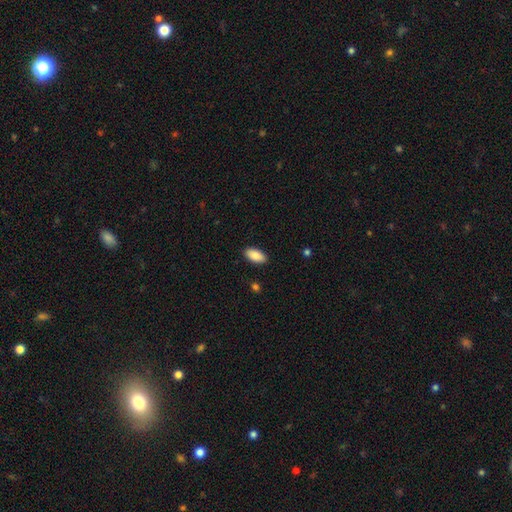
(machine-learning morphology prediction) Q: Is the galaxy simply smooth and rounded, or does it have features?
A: smooth — 88%.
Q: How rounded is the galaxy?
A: in between — 93%.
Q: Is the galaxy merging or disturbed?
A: none — 90%.